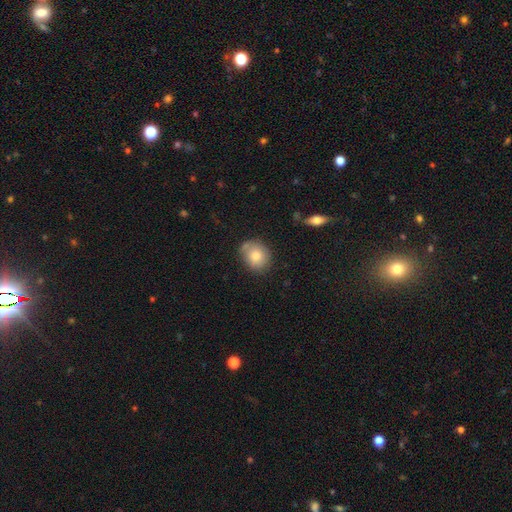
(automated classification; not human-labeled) This appears to be a smooth galaxy with no disk features (78%) that is round (65%). Merging: none (70%).